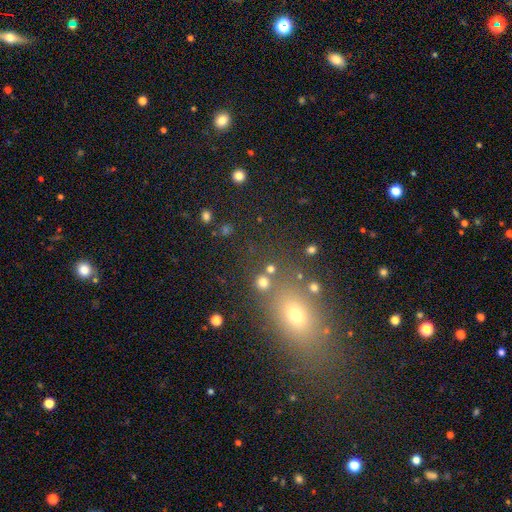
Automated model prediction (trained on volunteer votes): The model was most divided on "smooth or featured": smooth: 57%, star or artifact: 30%, featured or disk: 14%. More confident: merging — none (76%); how rounded — in between (64%).